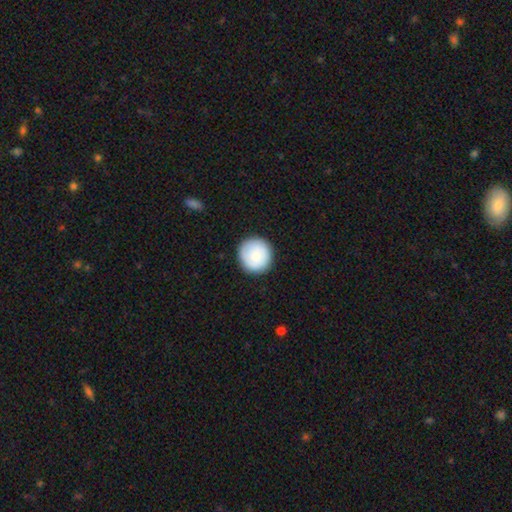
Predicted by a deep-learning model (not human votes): Q: Smooth or featured?
A: smooth (84%); runner-up: featured or disk (10%)
Q: How rounded?
A: round (94%); runner-up: in between (5%)
Q: Merging?
A: none (90%); runner-up: minor disturbance (8%)